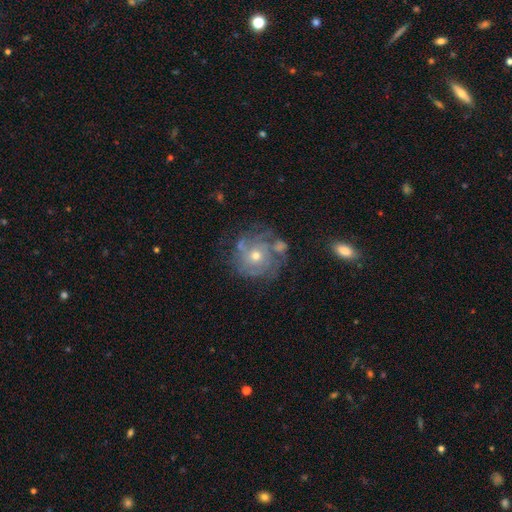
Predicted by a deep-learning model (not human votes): This is likely a featured or disk galaxy (77%). It is clearly not viewed edge-on (97%). Bar: clearly no (83%). Spiral arm pattern: clearly yes (89%). Spiral arm count: marginally can't tell (41%). Spiral winding: likely tight (66%). Central bulge: possibly moderate (55%). Merging: likely none (68%).